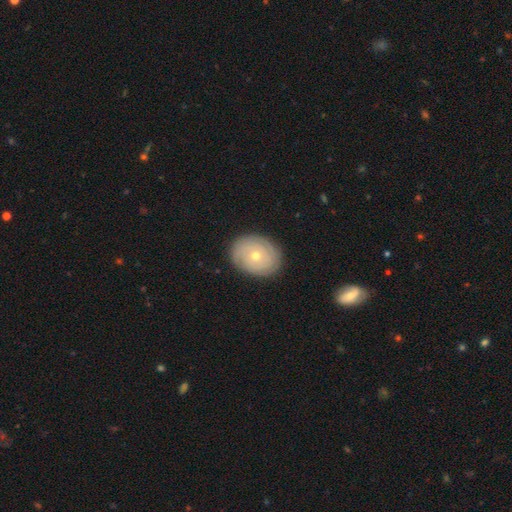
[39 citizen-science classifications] Smooth or featured: featured or disk — 79% (smooth — 15%)
Edge-on disk: no — 100%
Bar: no — 90% (weak — 6%)
Spiral arms: yes — 65% (no — 35%)
Spiral winding: tight — 75% (medium — 20%)
Spiral arm count: can't tell — 70% (3 — 15%)
Bulge size: small — 68% (moderate — 29%)
Merging: none — 84% (minor disturbance — 14%)